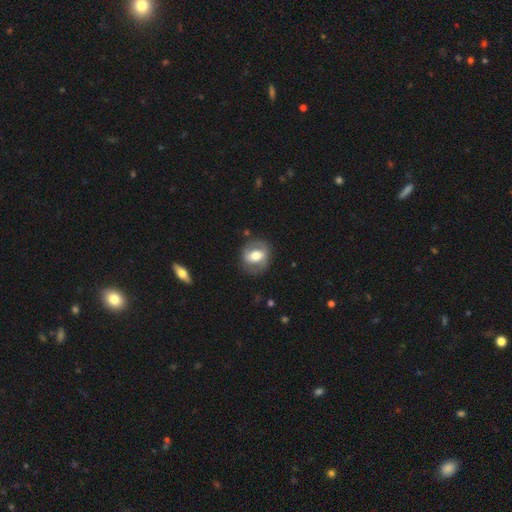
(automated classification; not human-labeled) Q: Smooth or featured?
A: featured or disk (53%); runner-up: smooth (40%)
Q: Edge-on disk?
A: no (92%); runner-up: yes (8%)
Q: Merging?
A: none (77%); runner-up: minor disturbance (14%)